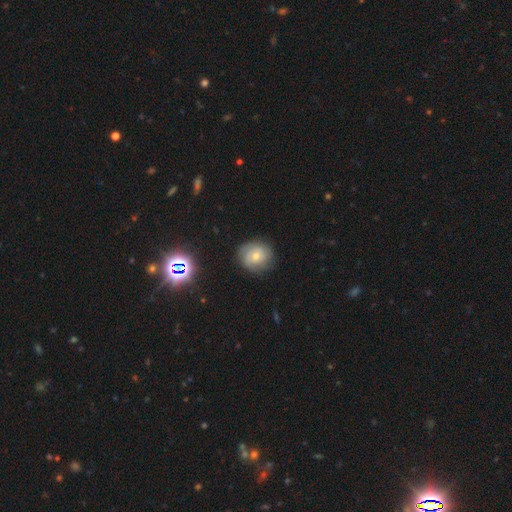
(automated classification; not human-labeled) Q: Smooth or featured?
A: featured or disk (56%); runner-up: smooth (34%)
Q: Edge-on disk?
A: no (97%); runner-up: yes (3%)
Q: Bar?
A: no (73%); runner-up: weak (23%)
Q: Spiral arms?
A: yes (82%); runner-up: no (18%)
Q: Bulge size?
A: small (50%); runner-up: moderate (46%)
Q: Merging?
A: none (79%); runner-up: minor disturbance (15%)